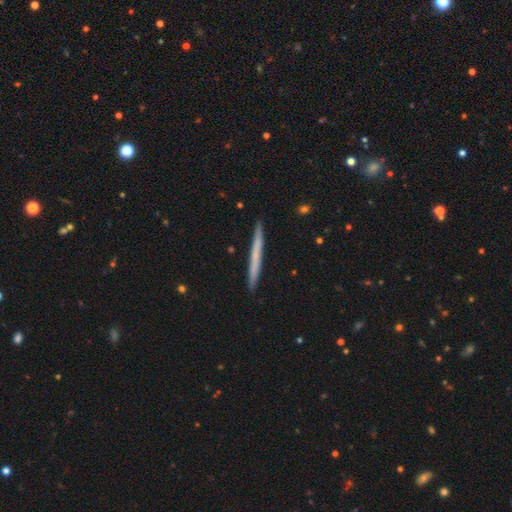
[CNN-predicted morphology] This is possibly a smooth galaxy (57%). How rounded: clearly cigar-shaped (97%). Merging: clearly none (92%).